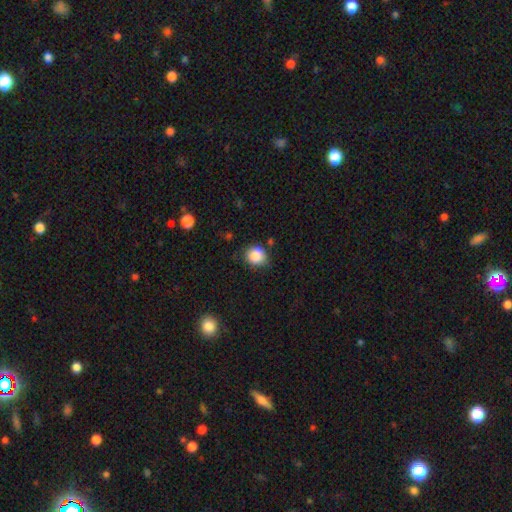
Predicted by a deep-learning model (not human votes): Q: Smooth or featured?
A: smooth (85%); runner-up: star or artifact (9%)
Q: How rounded?
A: round (80%); runner-up: in between (19%)
Q: Merging?
A: none (75%); runner-up: minor disturbance (18%)